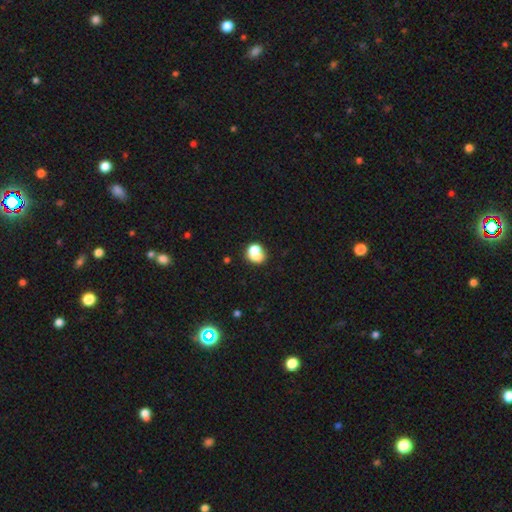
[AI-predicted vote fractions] smooth_or_featured: smooth (p=0.68) [alt: featured or disk p=0.19]
how_rounded: round (p=0.62) [alt: in between p=0.37]
merging: merger (p=0.47) [alt: none p=0.33]